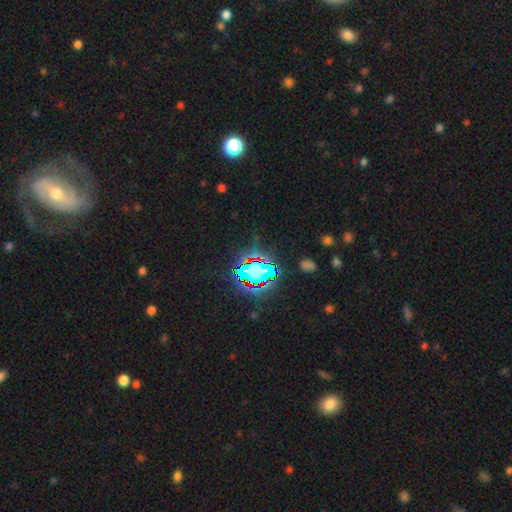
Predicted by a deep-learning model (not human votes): Smooth or featured? star or artifact (75%)